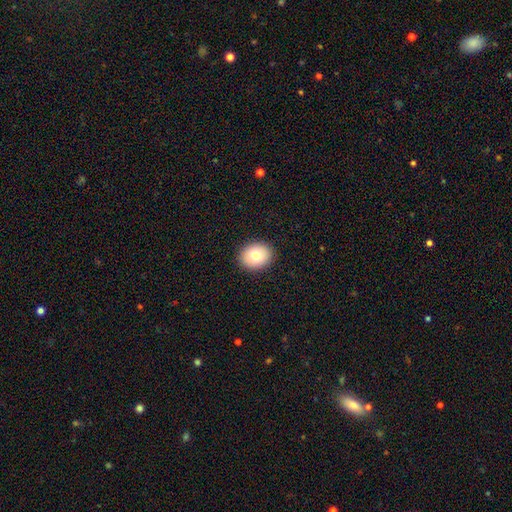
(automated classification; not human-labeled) Q: Smooth or featured?
A: smooth (79%); runner-up: featured or disk (12%)
Q: How rounded?
A: round (58%); runner-up: in between (41%)
Q: Merging?
A: none (91%); runner-up: minor disturbance (6%)